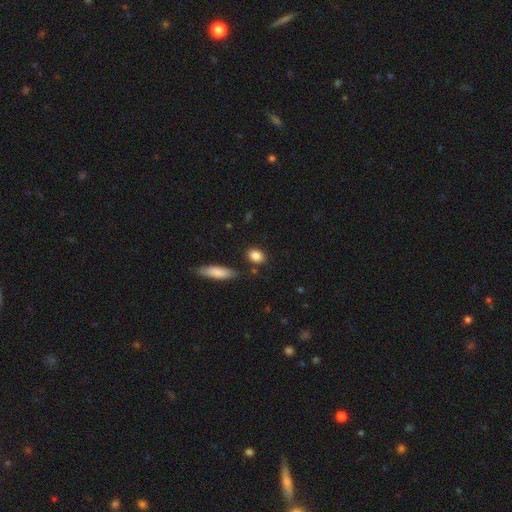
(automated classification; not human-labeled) Smooth or featured: smooth — 86% (star or artifact — 8%)
How rounded: in between — 59% (round — 36%)
Merging: none — 81% (minor disturbance — 11%)